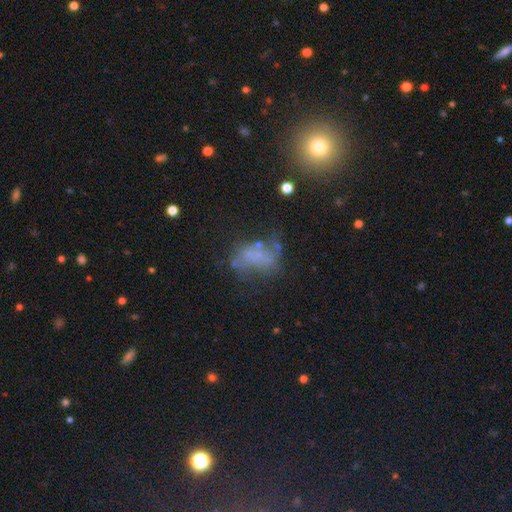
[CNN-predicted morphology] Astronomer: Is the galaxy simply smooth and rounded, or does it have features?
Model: featured or disk — 44% (runner-up: smooth, 34%).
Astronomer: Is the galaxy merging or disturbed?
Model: none — 37% (runner-up: major disturbance, 31%).